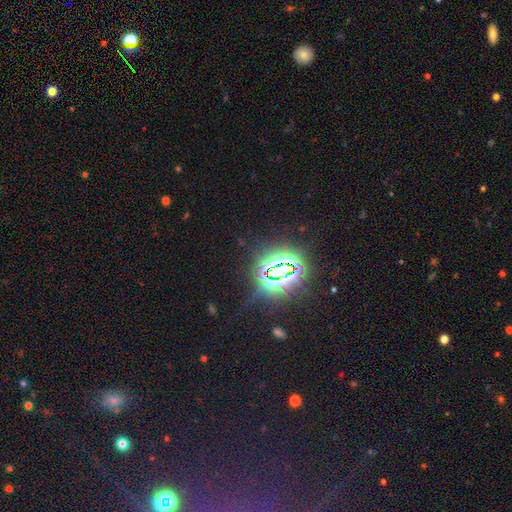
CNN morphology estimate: type=star or artifact (81%).